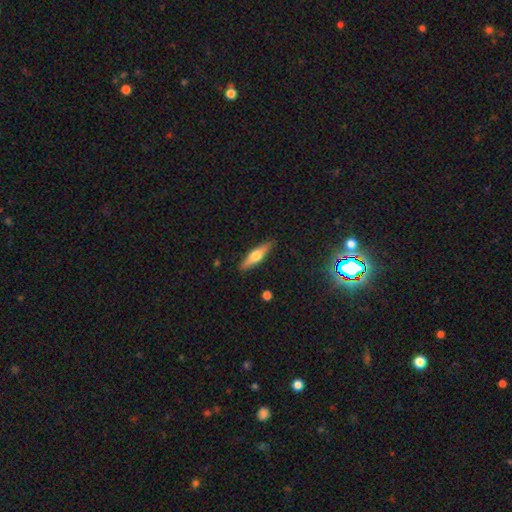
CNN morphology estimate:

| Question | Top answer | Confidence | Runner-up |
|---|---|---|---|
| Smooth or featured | smooth | 50% | featured or disk (44%) |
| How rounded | cigar-shaped | 73% | in between (25%) |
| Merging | none | 88% | minor disturbance (8%) |